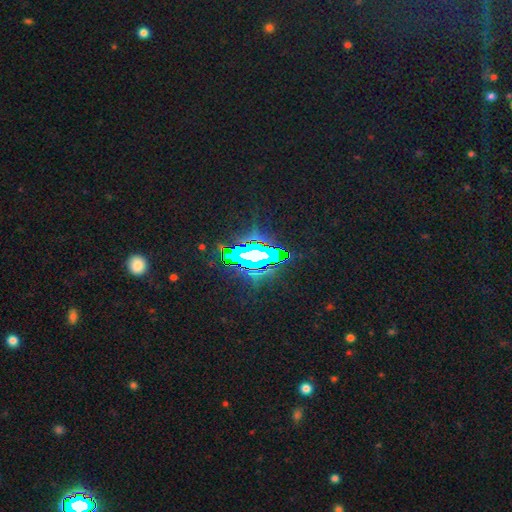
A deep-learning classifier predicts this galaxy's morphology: Smooth or featured: star or artifact — 72% (featured or disk — 15%)